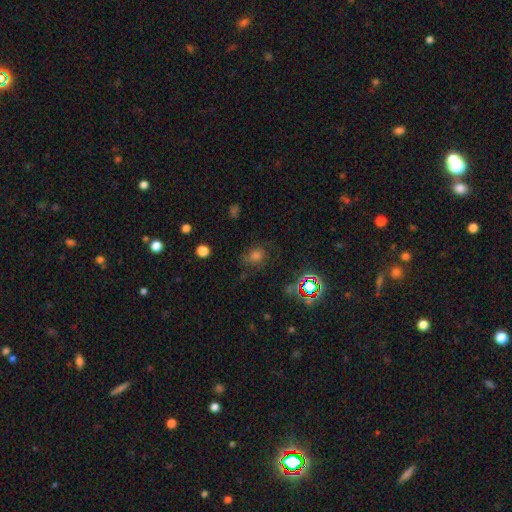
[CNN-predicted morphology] Smooth or featured? Predicted: smooth (p=0.49). Merging? Predicted: none (p=0.68).